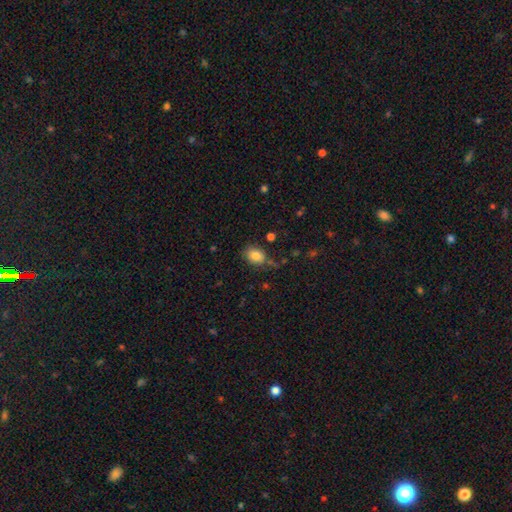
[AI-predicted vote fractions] Smooth or featured? smooth (82%)
How rounded? in between (62%)
Merging? none (71%)